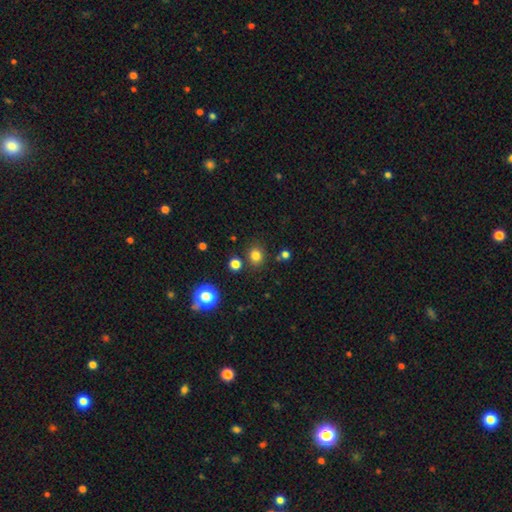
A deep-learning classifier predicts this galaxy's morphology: Smooth or featured? smooth (79%)
How rounded? round (79%)
Merging? none (83%)